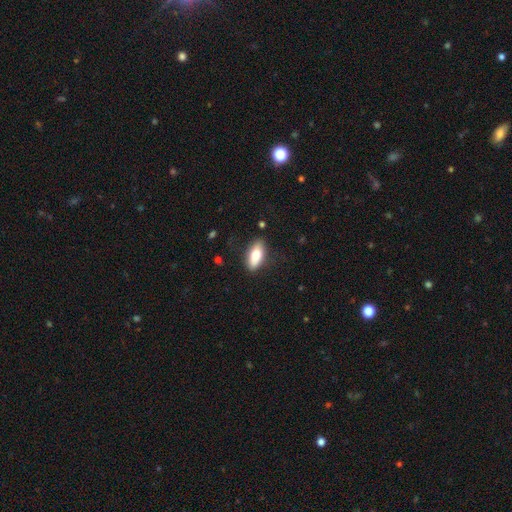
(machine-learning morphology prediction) smooth 80%, featured or disk 13%, star or artifact 6%. Down the decision tree: how rounded — in between (82%); merging — none (80%).